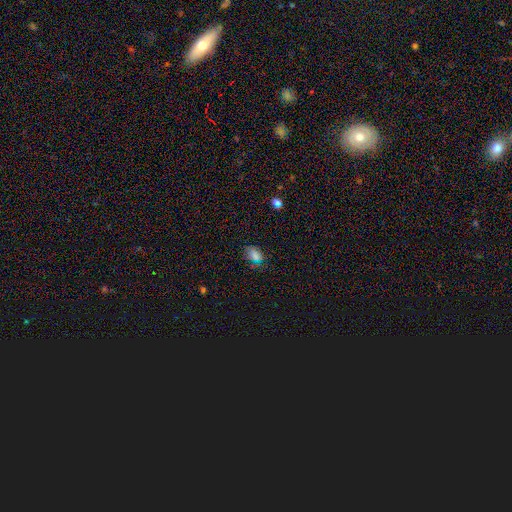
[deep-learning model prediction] Q: Smooth or featured?
A: smooth (65%); runner-up: star or artifact (25%)
Q: How rounded?
A: in between (77%); runner-up: round (20%)
Q: Merging?
A: none (69%); runner-up: minor disturbance (21%)